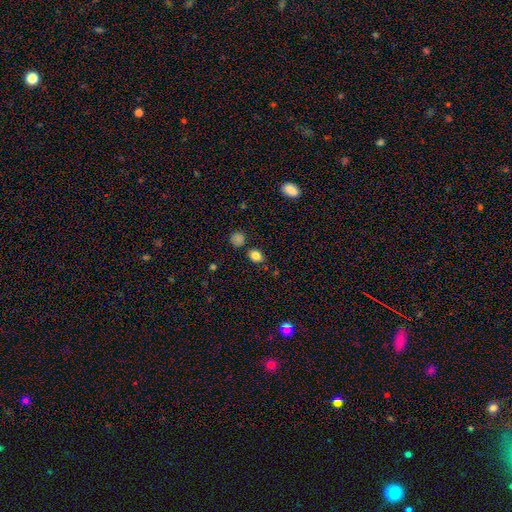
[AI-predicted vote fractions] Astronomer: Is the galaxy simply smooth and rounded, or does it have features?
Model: smooth — 83%.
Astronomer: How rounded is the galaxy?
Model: in between — 61% (runner-up: round, 38%).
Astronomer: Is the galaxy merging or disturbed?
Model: none — 79%.